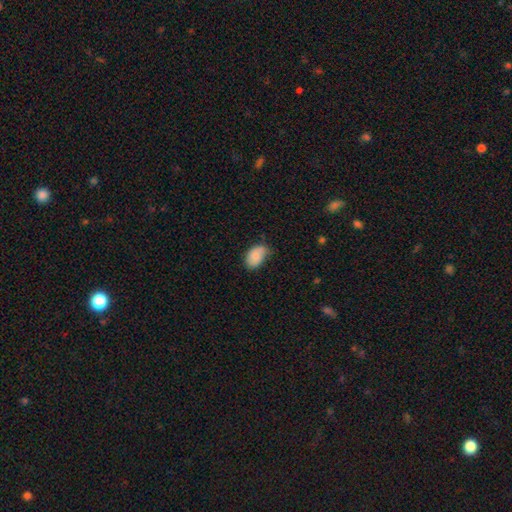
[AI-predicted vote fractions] A smooth galaxy with no disk features (81%) that is in between round and cigar-shaped (89%). Merging: none (54%).